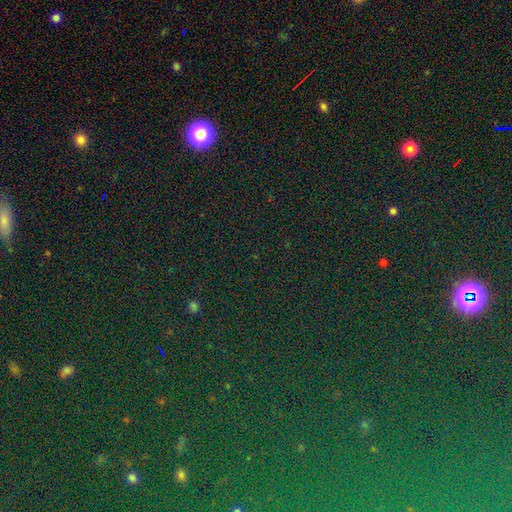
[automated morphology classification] type=star or artifact (79%).